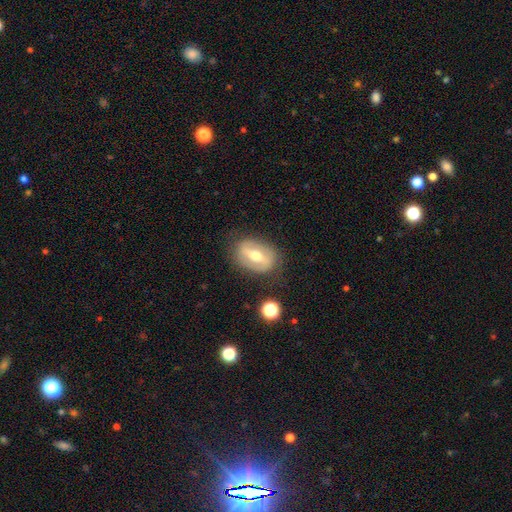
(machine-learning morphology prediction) Q: Smooth or featured?
A: featured or disk (62%); runner-up: smooth (31%)
Q: Edge-on disk?
A: no (87%); runner-up: yes (13%)
Q: Bar?
A: strong (58%); runner-up: weak (28%)
Q: Spiral arms?
A: no (62%); runner-up: yes (38%)
Q: Bulge size?
A: moderate (73%); runner-up: small (18%)
Q: Merging?
A: none (78%); runner-up: minor disturbance (15%)